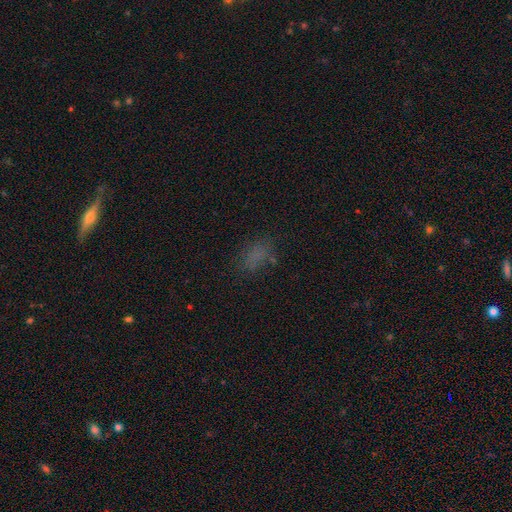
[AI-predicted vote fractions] smooth-or-featured: smooth: 69% | star or artifact: 21% | featured or disk: 10%
  how-rounded: in between: 83% | round: 13% | cigar-shaped: 5%
  merging: none: 69% | minor disturbance: 17% | major disturbance: 10% | merger: 4%